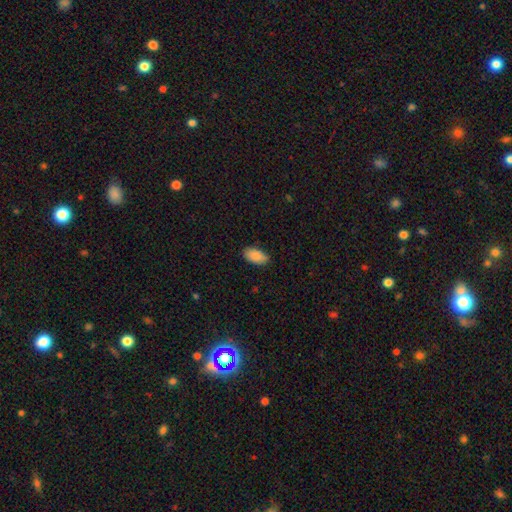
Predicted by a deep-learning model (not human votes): A smooth galaxy with no disk features (89%) that is in between round and cigar-shaped (94%). Merging: none (82%).